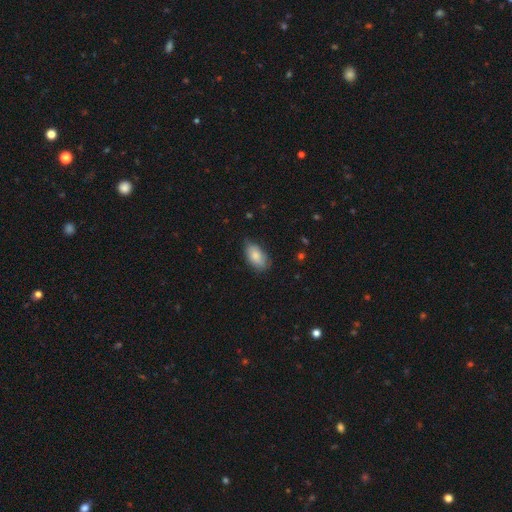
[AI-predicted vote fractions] Smooth or featured?
  - smooth: 82% *
  - featured or disk: 12%
  - star or artifact: 6%
How rounded?
  - in between: 93% *
  - round: 4%
  - cigar-shaped: 4%
Merging?
  - none: 71% *
  - minor disturbance: 24%
  - major disturbance: 4%
  - merger: 1%